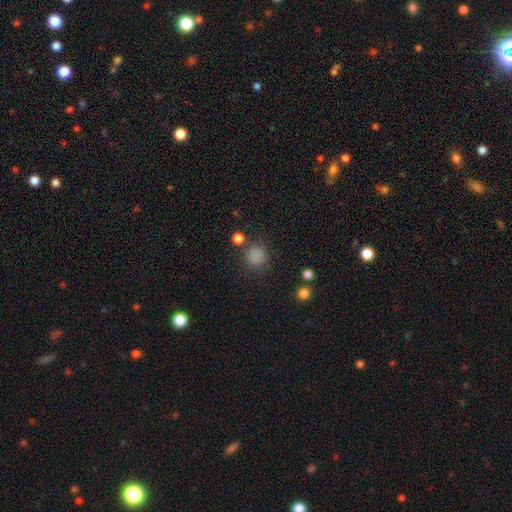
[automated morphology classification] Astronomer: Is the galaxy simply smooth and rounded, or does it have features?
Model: smooth — 82%.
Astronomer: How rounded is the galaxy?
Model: round — 87%.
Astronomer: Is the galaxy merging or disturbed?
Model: none — 80%.